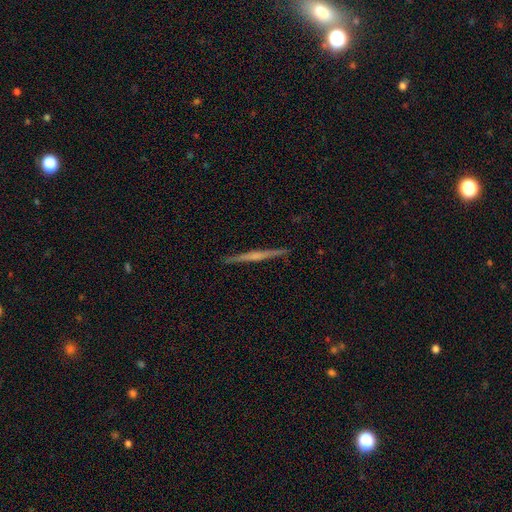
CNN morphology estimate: Smooth or featured: featured or disk — 71% (smooth — 23%)
Edge-on disk: yes — 98% (no — 2%)
Edge-on bulge: rounded — 52% (none — 35%)
Merging: none — 92% (minor disturbance — 5%)